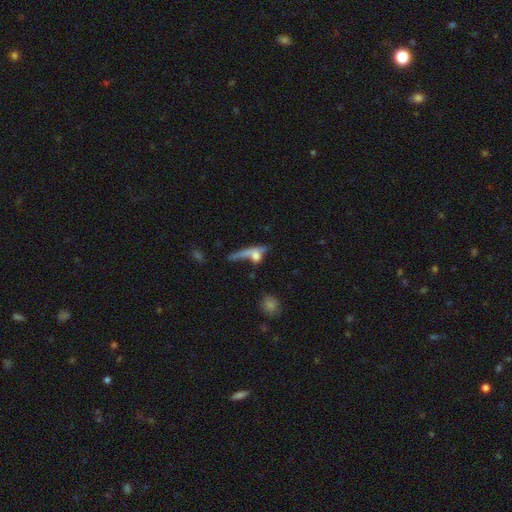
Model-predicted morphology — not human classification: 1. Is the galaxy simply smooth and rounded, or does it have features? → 52% smooth, 35% featured or disk, 13% star or artifact.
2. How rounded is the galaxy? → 42% cigar-shaped, 35% in between, 23% round.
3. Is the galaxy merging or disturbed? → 31% none, 29% major disturbance, 25% merger, 15% minor disturbance.